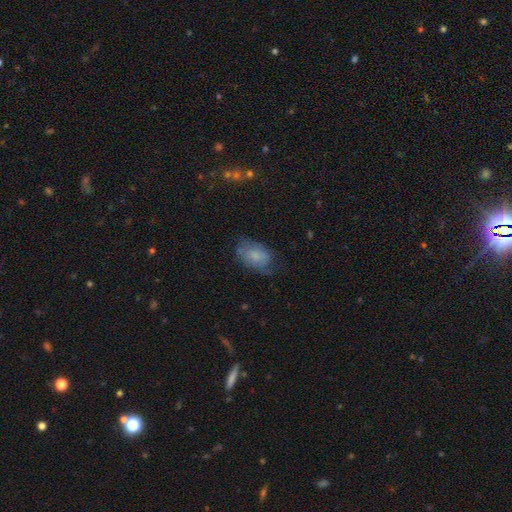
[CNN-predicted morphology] Overall: smooth (67%). How rounded: in between (87%). Merging: none (53%; minor disturbance 31%).